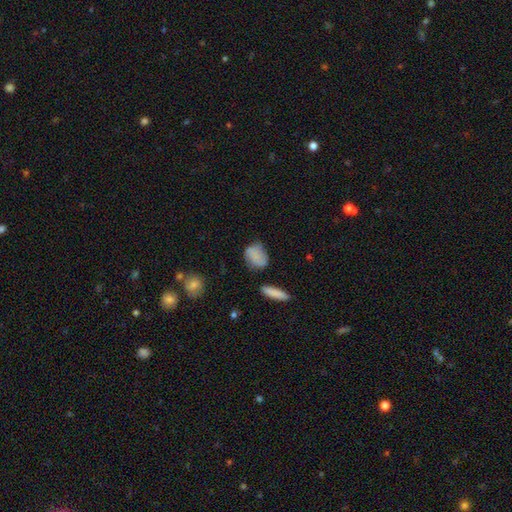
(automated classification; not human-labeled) This appears to be a smooth galaxy with no disk features (75%) that is in between round and cigar-shaped (65%). Merging: none (64%).